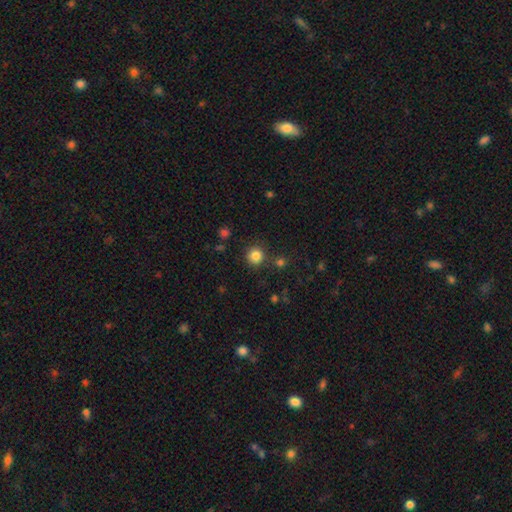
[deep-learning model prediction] smooth-or-featured: smooth: 83% | star or artifact: 12% | featured or disk: 5%
  how-rounded: round: 93% | in between: 6% | cigar-shaped: 1%
  merging: none: 84% | minor disturbance: 8% | merger: 5% | major disturbance: 3%